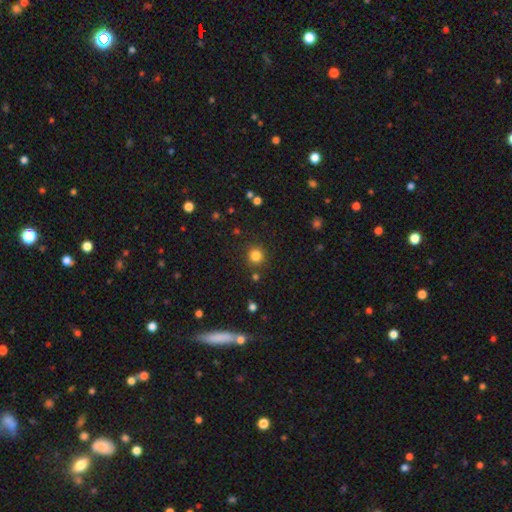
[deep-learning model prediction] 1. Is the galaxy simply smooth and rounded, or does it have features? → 82% smooth, 13% star or artifact, 5% featured or disk.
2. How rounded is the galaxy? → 93% round, 7% in between, 1% cigar-shaped.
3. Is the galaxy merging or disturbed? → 87% none, 7% minor disturbance, 4% merger, 3% major disturbance.